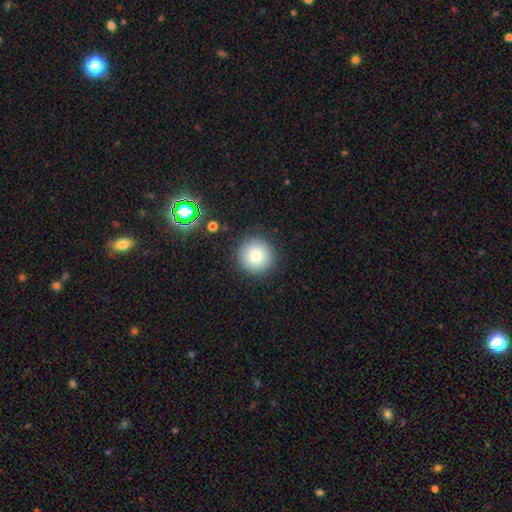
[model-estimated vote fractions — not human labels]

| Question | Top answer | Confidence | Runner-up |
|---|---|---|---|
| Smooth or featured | smooth | 79% | star or artifact (11%) |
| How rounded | round | 95% | in between (4%) |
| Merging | none | 90% | minor disturbance (7%) |